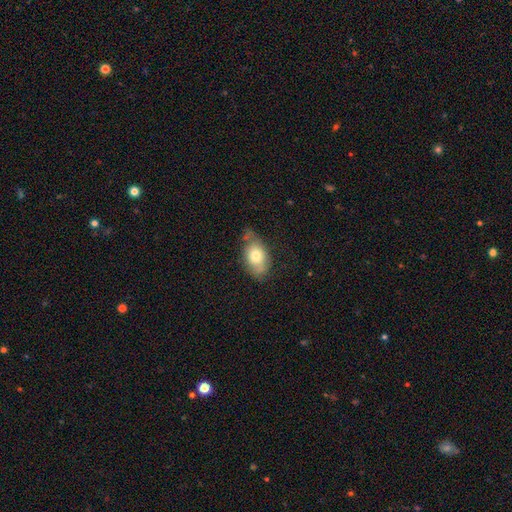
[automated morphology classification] Overall: smooth (71%). How rounded: in between (86%). Merging: none (51%; minor disturbance 33%).